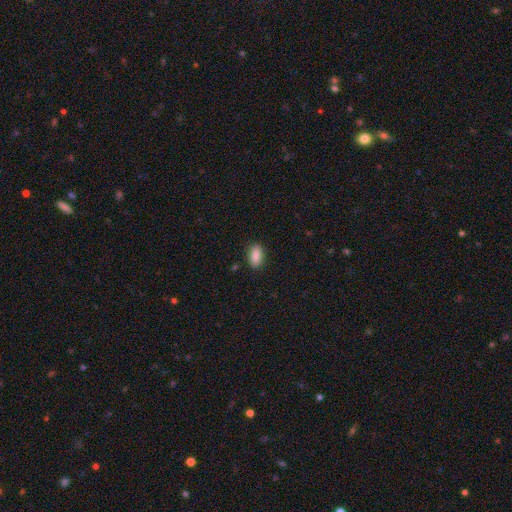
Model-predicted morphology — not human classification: This is clearly a smooth galaxy (88%). How rounded: clearly in between (90%). Merging: clearly none (88%).